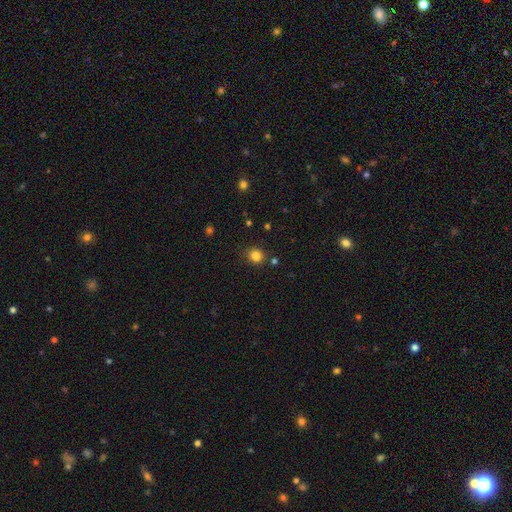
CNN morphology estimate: Q: Smooth or featured?
A: smooth (83%); runner-up: star or artifact (13%)
Q: How rounded?
A: round (78%); runner-up: in between (21%)
Q: Merging?
A: none (82%); runner-up: minor disturbance (11%)